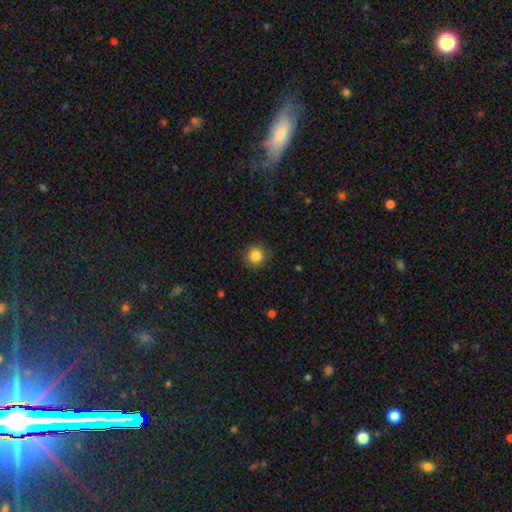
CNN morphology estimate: A smooth galaxy with no disk features (85%) that is round (93%). Merging: none (88%).